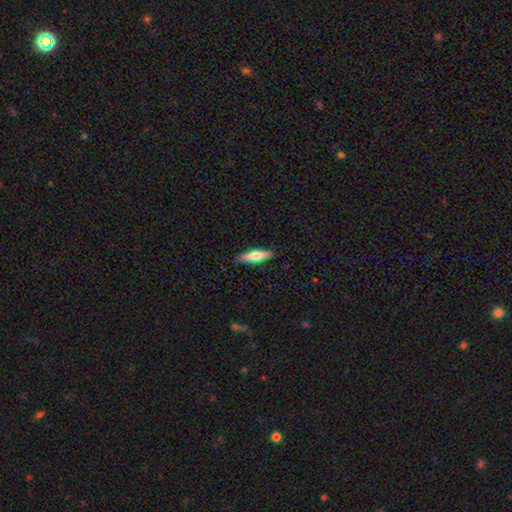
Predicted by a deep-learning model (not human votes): smooth 59%, featured or disk 35%, star or artifact 6%. Down the decision tree: how rounded — cigar-shaped (70%); merging — none (87%).